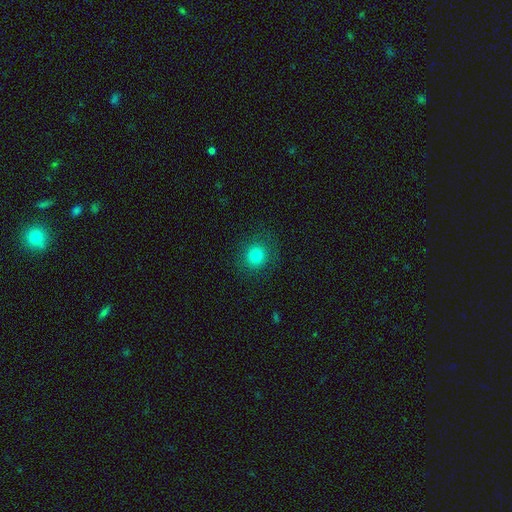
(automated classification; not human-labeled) This appears to be a smooth galaxy with no disk features (81%) that is round (87%). Merging: none (87%).